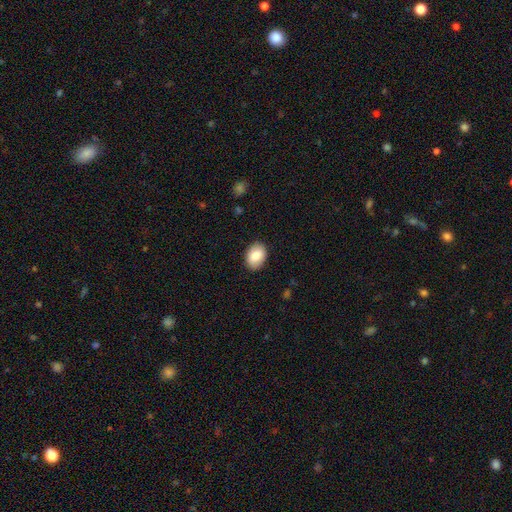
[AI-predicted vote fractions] This appears to be a smooth galaxy with no disk features (85%) that is in between round and cigar-shaped (80%). Merging: none (88%).